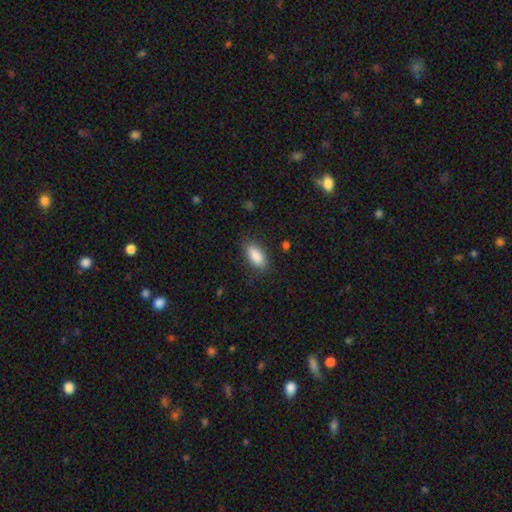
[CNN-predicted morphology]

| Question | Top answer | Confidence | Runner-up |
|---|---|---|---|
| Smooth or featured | smooth | 87% | star or artifact (7%) |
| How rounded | in between | 86% | cigar-shaped (12%) |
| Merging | none | 80% | minor disturbance (15%) |